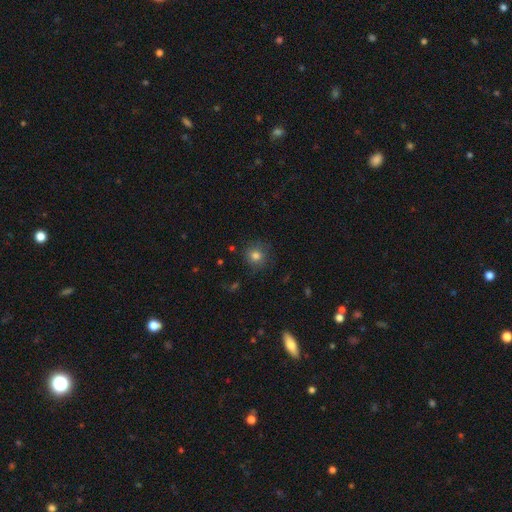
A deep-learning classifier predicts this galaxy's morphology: smooth 80%, star or artifact 13%, featured or disk 7%. Down the decision tree: how rounded — round (87%); merging — none (81%).